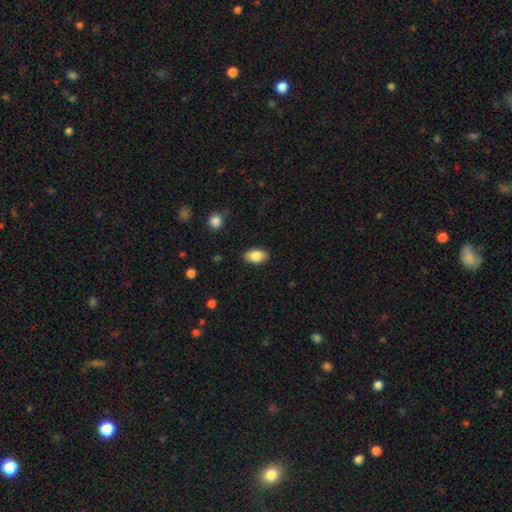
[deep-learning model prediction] Q: Smooth or featured?
A: smooth (86%); runner-up: star or artifact (8%)
Q: How rounded?
A: in between (91%); runner-up: round (7%)
Q: Merging?
A: none (86%); runner-up: minor disturbance (11%)